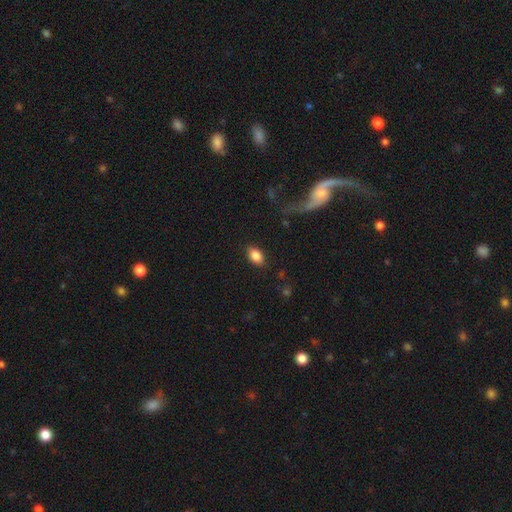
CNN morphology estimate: smooth 85%, star or artifact 8%, featured or disk 7%. Down the decision tree: how rounded — in between (88%); merging — none (85%).